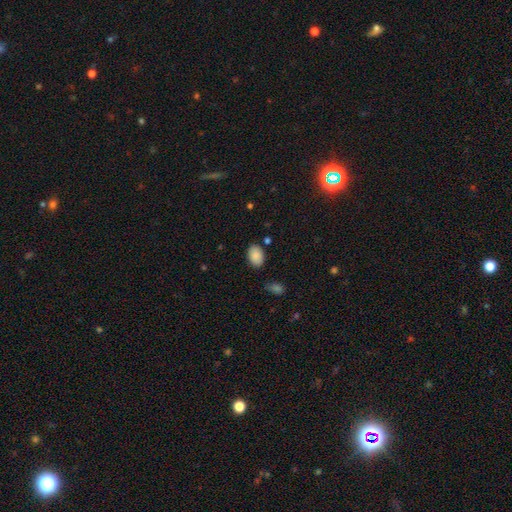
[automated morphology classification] This appears to be a smooth galaxy with no disk features (88%) that is in between round and cigar-shaped (87%). Merging: none (81%).